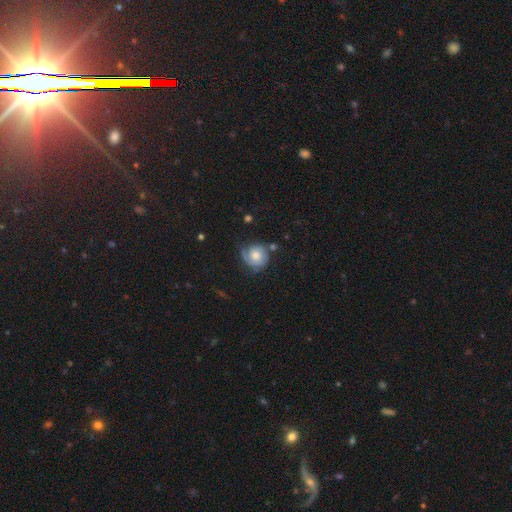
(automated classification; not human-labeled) Smooth or featured: featured or disk — 49% (smooth — 43%)
Merging: none — 58% (minor disturbance — 25%)